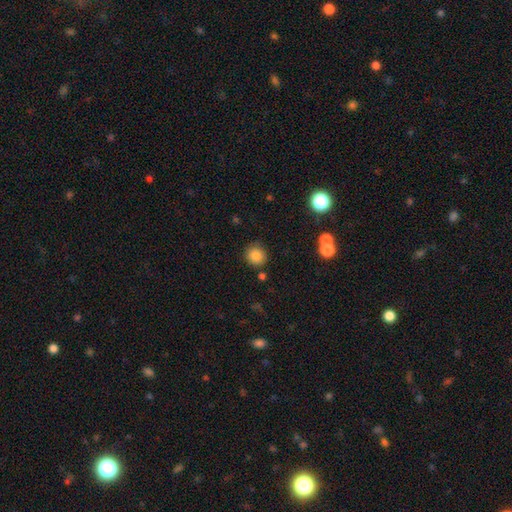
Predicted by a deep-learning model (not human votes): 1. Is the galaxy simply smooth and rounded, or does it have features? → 82% smooth, 11% star or artifact, 6% featured or disk.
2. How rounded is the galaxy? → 91% round, 8% in between, 1% cigar-shaped.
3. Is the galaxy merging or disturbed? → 83% none, 9% minor disturbance, 5% merger, 3% major disturbance.